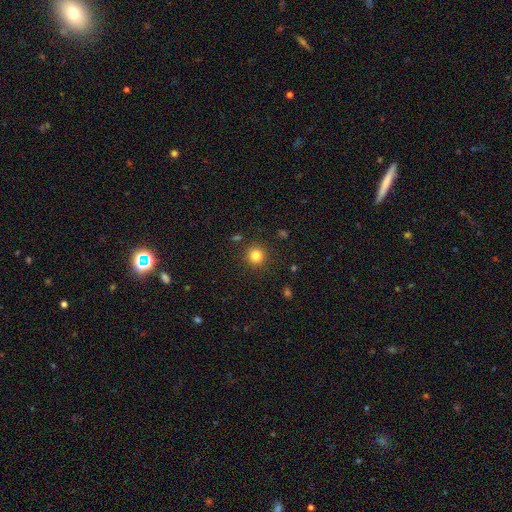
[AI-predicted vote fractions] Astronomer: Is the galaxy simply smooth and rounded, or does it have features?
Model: smooth — 82%.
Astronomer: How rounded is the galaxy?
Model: round — 94%.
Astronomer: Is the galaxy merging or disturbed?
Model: none — 90%.